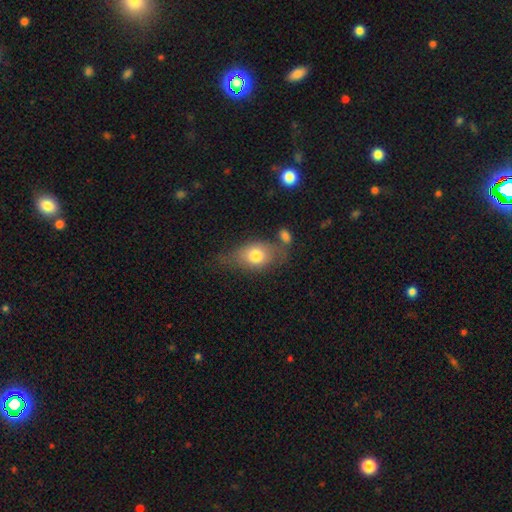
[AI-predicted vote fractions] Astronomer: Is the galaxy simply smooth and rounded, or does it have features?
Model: smooth — 73%.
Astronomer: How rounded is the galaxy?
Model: in between — 72%.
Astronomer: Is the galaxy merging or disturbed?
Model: none — 45% (runner-up: minor disturbance, 25%).